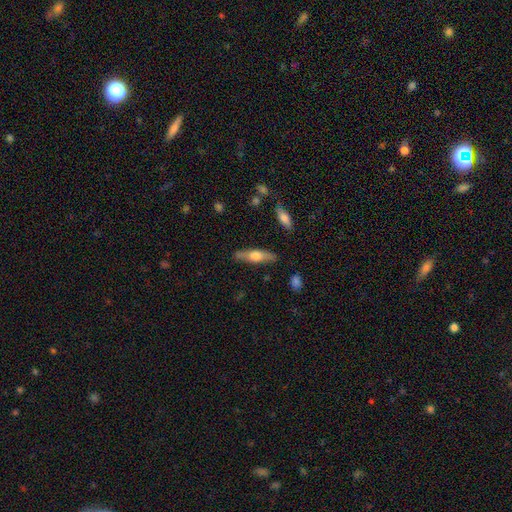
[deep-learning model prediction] Overall: featured or disk (49%; smooth 45%). Merging: none (85%).